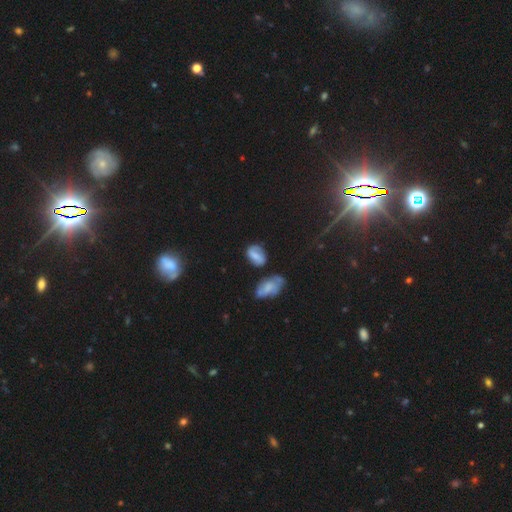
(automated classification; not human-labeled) This is possibly a smooth galaxy (55%). How rounded: likely in between (74%). Merging: possibly none (59%).